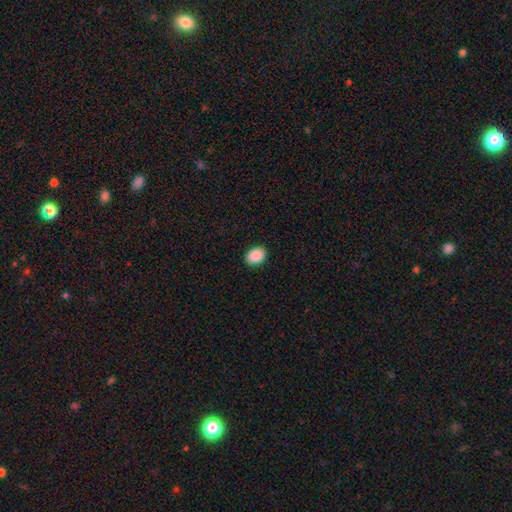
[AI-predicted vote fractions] Smooth or featured? Predicted: smooth (p=0.90). How rounded? Predicted: in between (p=0.75). Merging? Predicted: none (p=0.90).